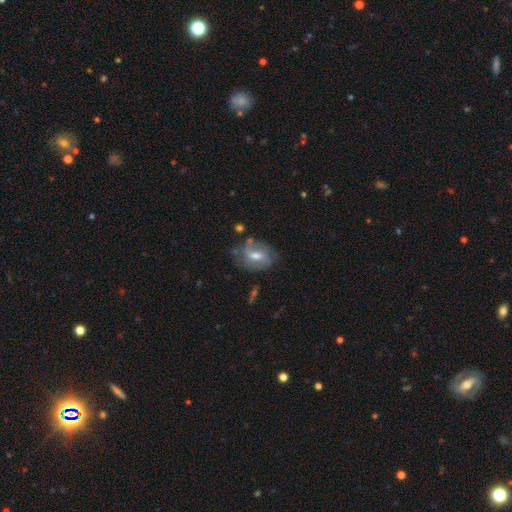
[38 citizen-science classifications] Smooth or featured?
  - smooth: 63% *
  - featured or disk: 37%
  - star or artifact: 0%
How rounded?
  - in between: 83% *
  - round: 17%
  - cigar-shaped: 0%
Merging?
  - none: 71% *
  - minor disturbance: 26%
  - merger: 3%
  - major disturbance: 0%